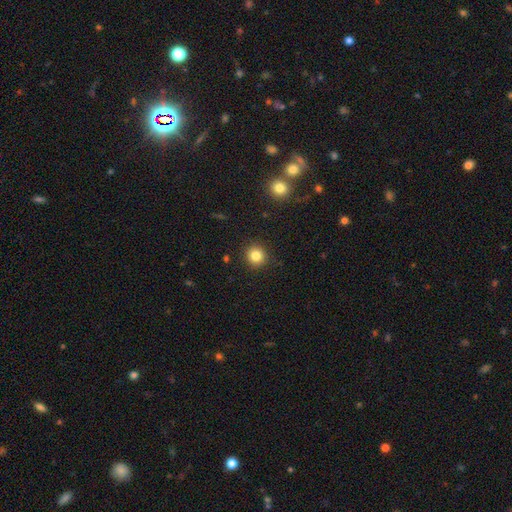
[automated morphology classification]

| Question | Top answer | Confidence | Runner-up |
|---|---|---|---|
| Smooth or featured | smooth | 83% | star or artifact (11%) |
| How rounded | round | 92% | in between (7%) |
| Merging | none | 91% | minor disturbance (6%) |